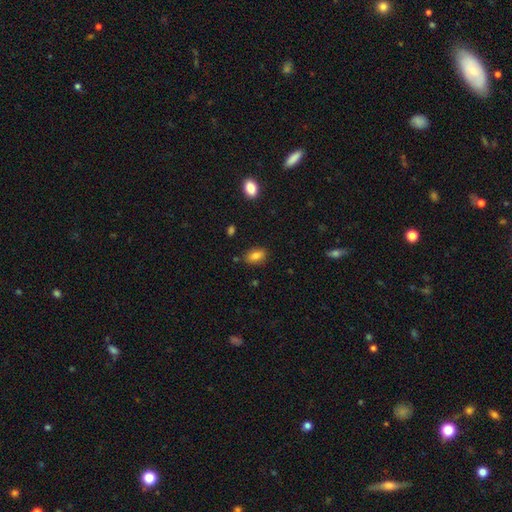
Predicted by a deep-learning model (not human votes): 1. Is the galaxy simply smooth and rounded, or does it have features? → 84% smooth, 9% star or artifact, 7% featured or disk.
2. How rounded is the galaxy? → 87% in between, 11% round, 3% cigar-shaped.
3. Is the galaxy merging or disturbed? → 82% none, 12% minor disturbance, 3% major disturbance, 3% merger.